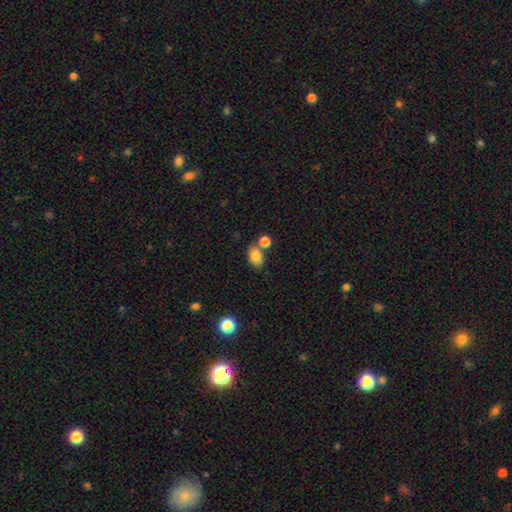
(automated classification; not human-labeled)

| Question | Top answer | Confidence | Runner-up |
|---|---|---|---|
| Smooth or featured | smooth | 82% | star or artifact (9%) |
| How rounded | in between | 78% | round (21%) |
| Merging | none | 60% | merger (23%) |